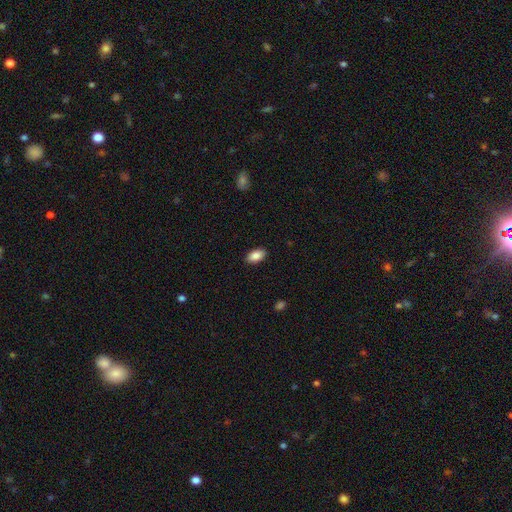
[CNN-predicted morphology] Smooth or featured? smooth (87%)
How rounded? in between (93%)
Merging? none (90%)